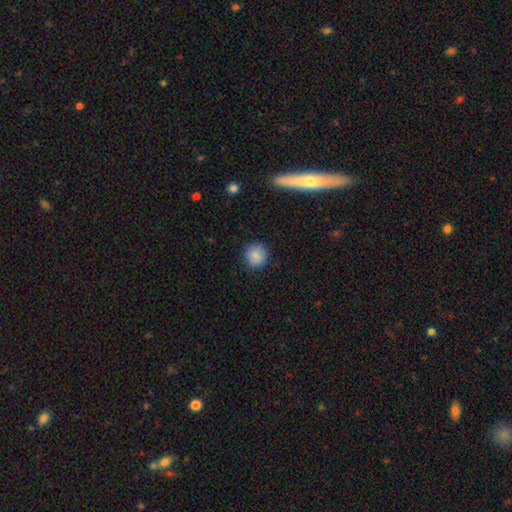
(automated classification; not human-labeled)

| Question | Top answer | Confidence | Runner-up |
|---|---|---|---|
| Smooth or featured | smooth | 87% | star or artifact (9%) |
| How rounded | round | 87% | in between (12%) |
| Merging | none | 88% | minor disturbance (9%) |